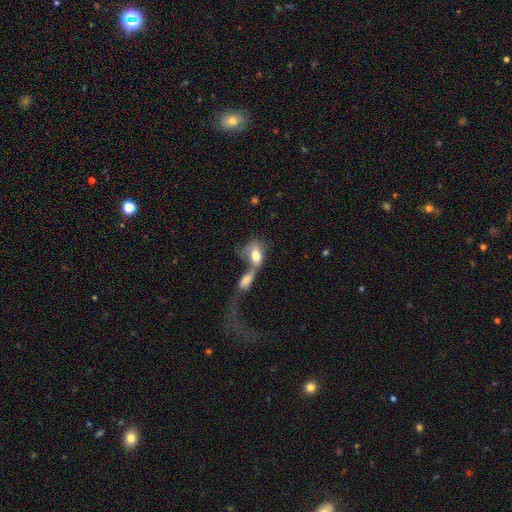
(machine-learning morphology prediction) Smooth or featured: smooth — 65% (featured or disk — 27%)
How rounded: in between — 84% (round — 11%)
Merging: merger — 71% (major disturbance — 14%)